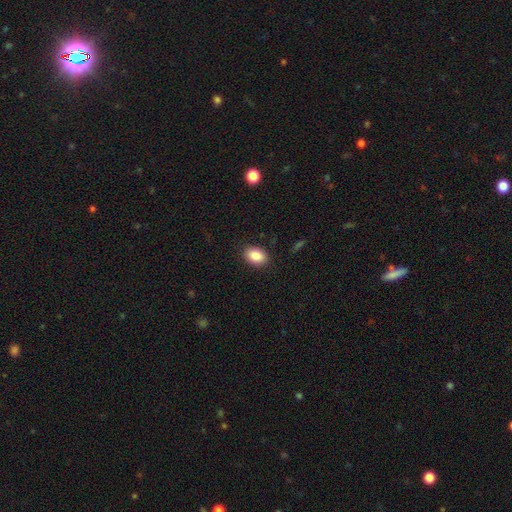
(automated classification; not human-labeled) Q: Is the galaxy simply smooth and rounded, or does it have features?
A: smooth — 88%.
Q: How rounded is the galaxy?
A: in between — 81%.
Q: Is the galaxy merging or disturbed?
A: none — 88%.